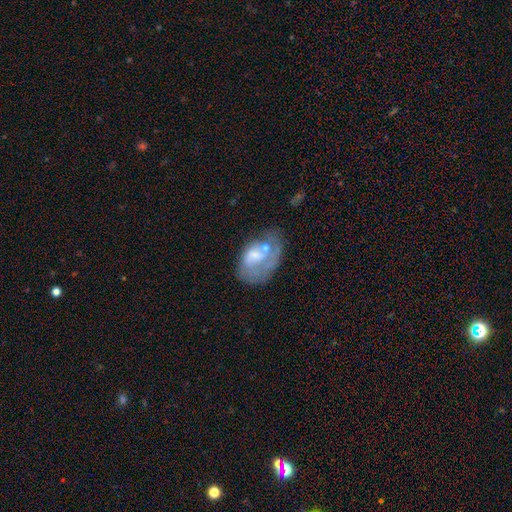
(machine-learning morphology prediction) The model was most divided on "merging": none: 32%, major disturbance: 30%, minor disturbance: 23%, merger: 15%. Remaining: smooth or featured — featured or disk (49%).